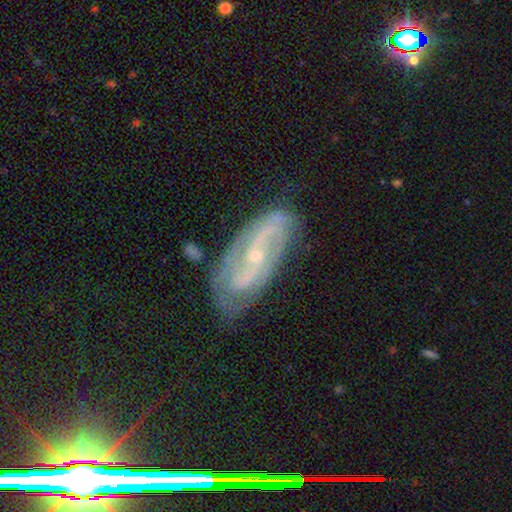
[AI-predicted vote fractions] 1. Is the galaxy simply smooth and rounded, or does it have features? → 83% featured or disk, 10% smooth, 7% star or artifact.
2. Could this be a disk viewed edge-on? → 92% no, 8% yes.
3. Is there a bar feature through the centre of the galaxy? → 41% weak, 37% no, 23% strong.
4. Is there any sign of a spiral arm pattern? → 93% yes, 7% no.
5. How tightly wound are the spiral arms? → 43% medium, 35% tight, 22% loose.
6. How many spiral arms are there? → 70% 2, 15% can't tell, 7% 3, 3% 1, 3% 4, 2% more than 4.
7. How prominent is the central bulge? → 72% small, 24% moderate, 2% none, 1% large, 1% dominant.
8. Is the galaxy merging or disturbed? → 71% none, 20% minor disturbance, 6% major disturbance, 2% merger.